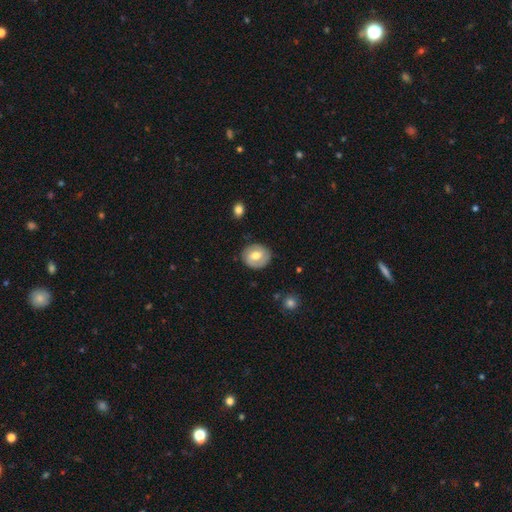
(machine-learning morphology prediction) The model was most divided on "smooth or featured": smooth: 47%, featured or disk: 46%, star or artifact: 6%. More confident: merging — none (81%).